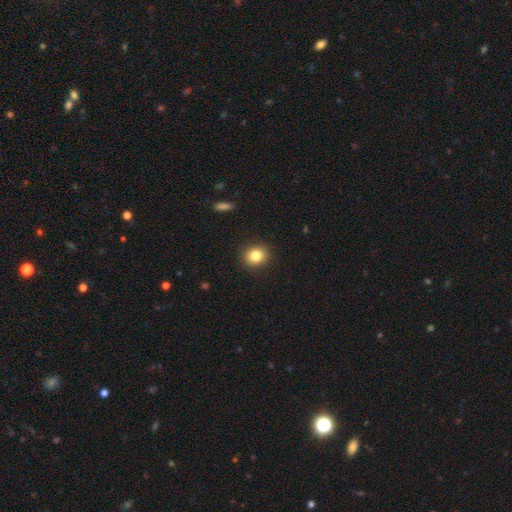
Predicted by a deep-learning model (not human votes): Smooth or featured? Predicted: smooth (p=0.83). How rounded? Predicted: round (p=0.69). Merging? Predicted: none (p=0.91).